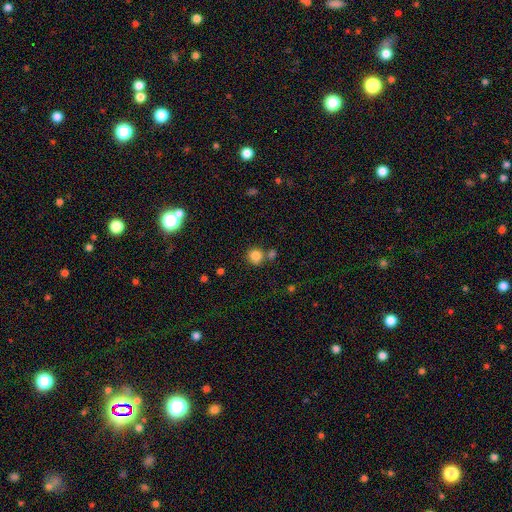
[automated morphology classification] A smooth galaxy with no disk features (84%) that is round (89%). Merging: none (67%).